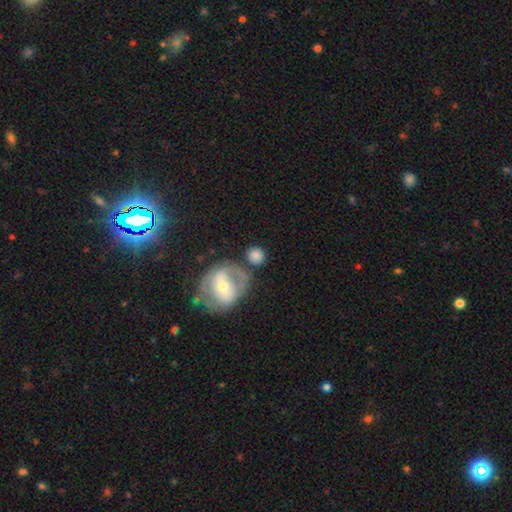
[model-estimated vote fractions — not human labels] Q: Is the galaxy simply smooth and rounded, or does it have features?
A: smooth — 77%.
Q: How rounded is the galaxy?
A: round — 83%.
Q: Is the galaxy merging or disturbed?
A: none — 65%.